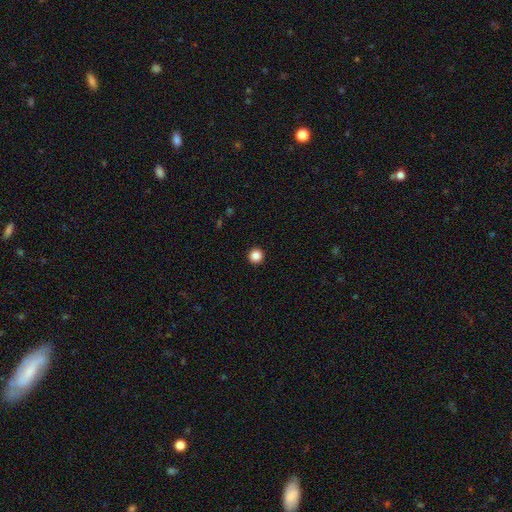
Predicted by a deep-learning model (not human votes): Smooth or featured?
  - smooth: 86% *
  - star or artifact: 11%
  - featured or disk: 3%
How rounded?
  - round: 96% *
  - in between: 3%
  - cigar-shaped: 1%
Merging?
  - none: 94% *
  - minor disturbance: 3%
  - major disturbance: 1%
  - merger: 1%